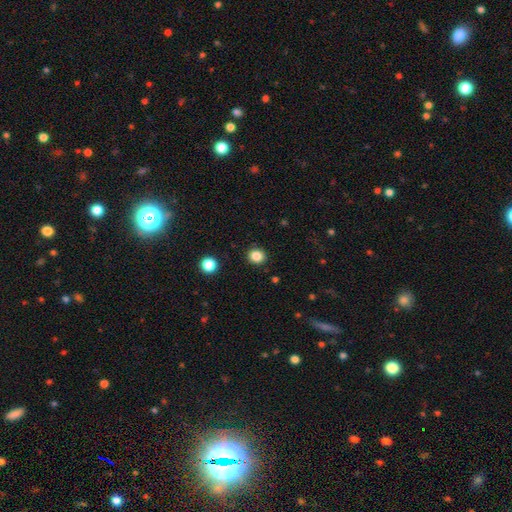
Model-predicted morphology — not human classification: Smooth or featured: smooth — 85% (star or artifact — 12%)
How rounded: round — 86% (in between — 13%)
Merging: none — 91% (minor disturbance — 6%)